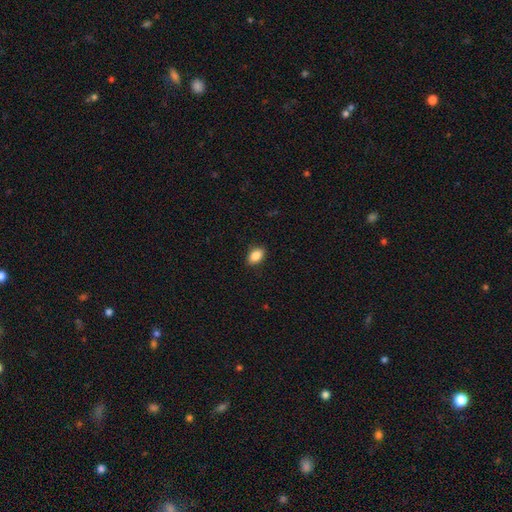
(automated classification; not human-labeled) Q: Smooth or featured?
A: smooth (87%); runner-up: star or artifact (8%)
Q: How rounded?
A: in between (84%); runner-up: round (14%)
Q: Merging?
A: none (88%); runner-up: minor disturbance (9%)